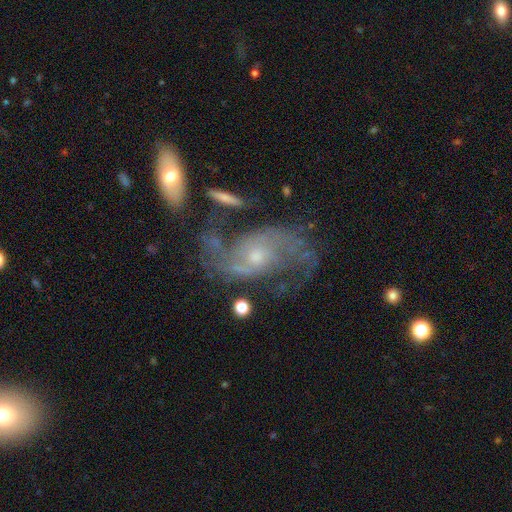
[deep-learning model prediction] smooth-or-featured: featured or disk: 85% | smooth: 8% | star or artifact: 7%
  disk-edge-on: no: 96% | yes: 4%
    bar: no: 64% | weak: 30% | strong: 5%
    has-spiral-arms: yes: 93% | no: 7%
      spiral-winding: medium: 44% | loose: 39% | tight: 17%
      spiral-arm-count: 2: 81% | can't tell: 9% | 3: 3% | 1: 3% | 4: 2% | more than 4: 2%
    bulge-size: small: 49% | moderate: 43% | large: 3% | none: 3% | dominant: 1%
  merging: none: 54% | minor disturbance: 20% | major disturbance: 18% | merger: 7%